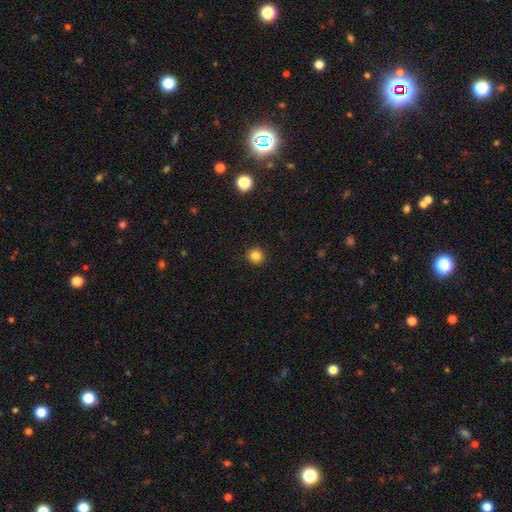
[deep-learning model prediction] Smooth or featured? smooth (83%)
How rounded? round (93%)
Merging? none (93%)